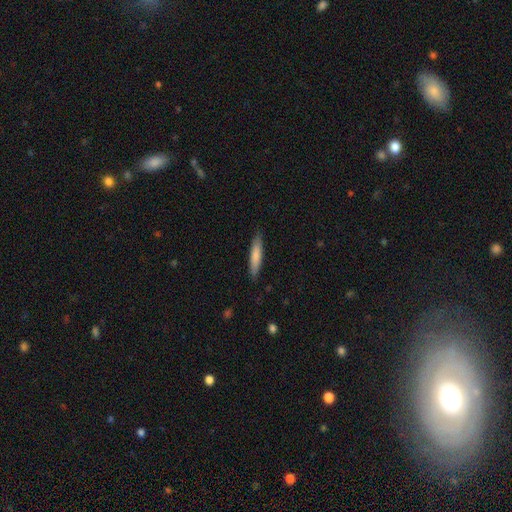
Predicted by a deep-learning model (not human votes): Morphology: type=smooth (79%); roundness=cigar-shaped (83%); merging=none (86%).